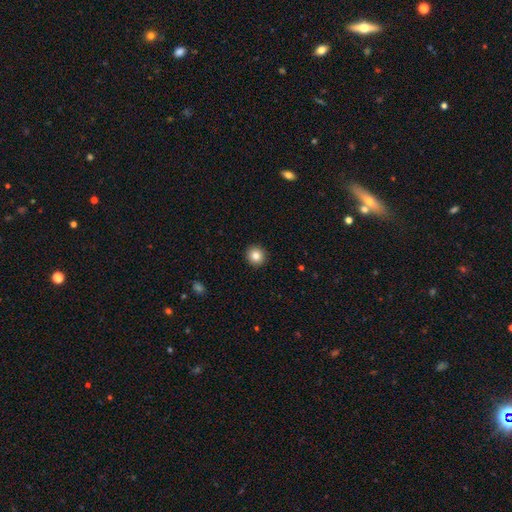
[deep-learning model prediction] Overall: smooth (83%). How rounded: round (92%). Merging: none (93%).